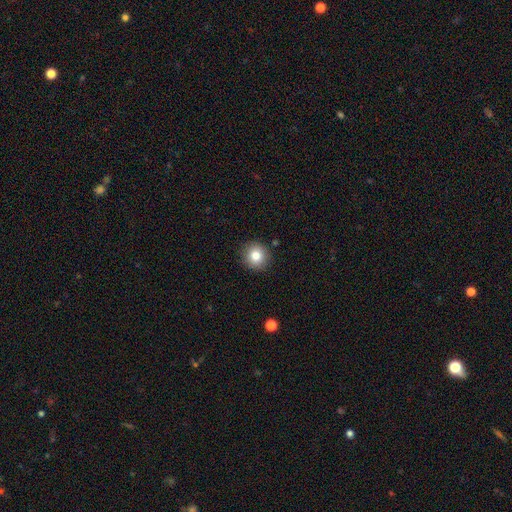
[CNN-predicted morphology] A smooth galaxy with no disk features (81%) that is round (92%).

Vote fractions:
- Smooth or featured? smooth: 81% / star or artifact: 10% / featured or disk: 9%
- How rounded? round: 92% / in between: 7% / cigar-shaped: 1%
- Merging? none: 90% / minor disturbance: 7% / major disturbance: 2% / merger: 1%